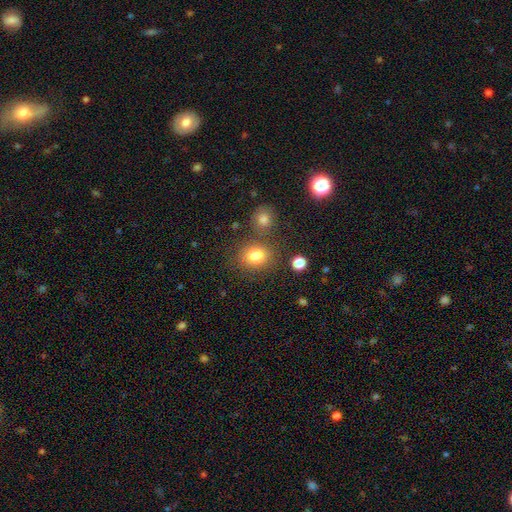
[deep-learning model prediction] This is clearly a smooth galaxy (81%). How rounded: likely round (69%). Merging: likely none (73%).